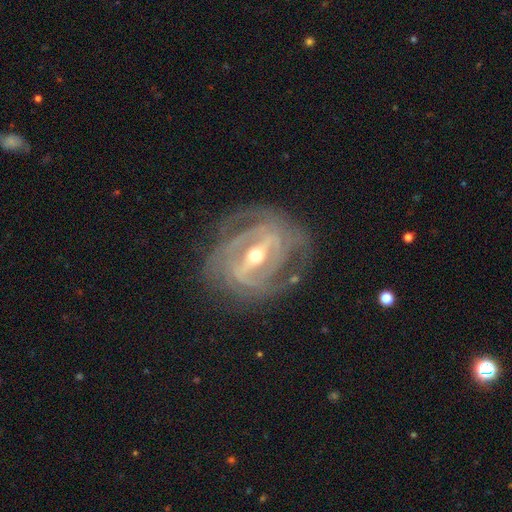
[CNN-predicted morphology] type=featured or disk (90%); edge-on=no (92%); bar=strong (75%); spiral arms=yes (90%); winding=tight (61%); arm count=2 (34%); bulge=moderate (56%); merging=none (71%).